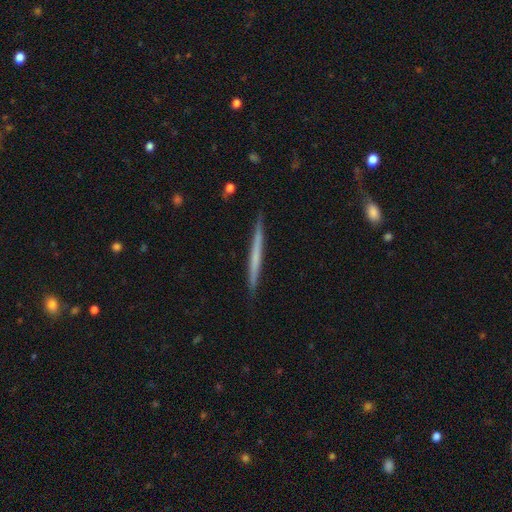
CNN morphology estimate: Smooth or featured: featured or disk — 48% (smooth — 47%)
Merging: none — 90% (minor disturbance — 7%)